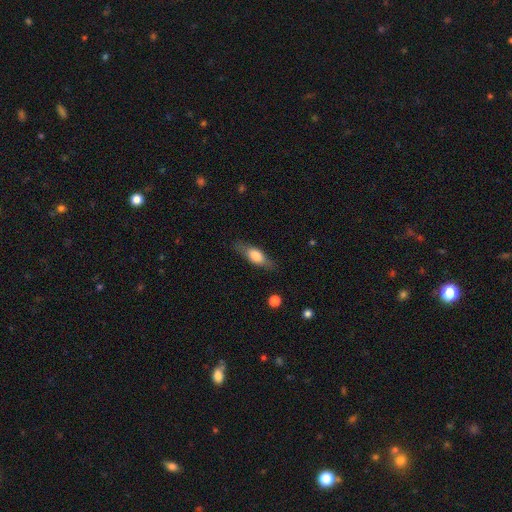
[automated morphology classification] Q: Smooth or featured?
A: smooth (60%); runner-up: featured or disk (33%)
Q: How rounded?
A: in between (59%); runner-up: cigar-shaped (38%)
Q: Merging?
A: none (78%); runner-up: minor disturbance (15%)